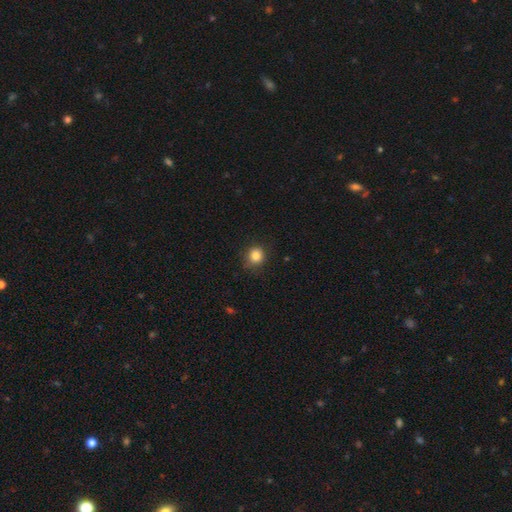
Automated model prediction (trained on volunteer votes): This is clearly a smooth galaxy (85%). How rounded: clearly round (88%). Merging: clearly none (84%).